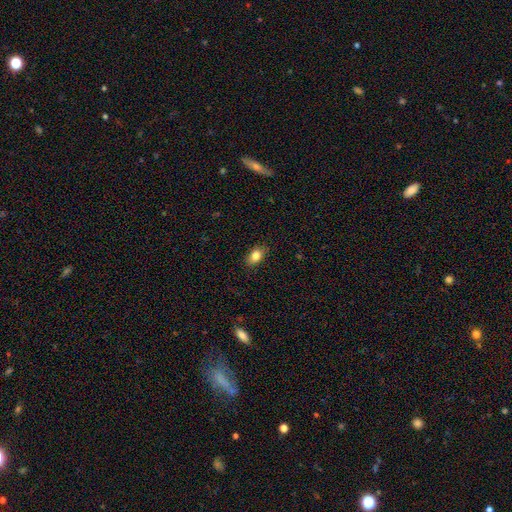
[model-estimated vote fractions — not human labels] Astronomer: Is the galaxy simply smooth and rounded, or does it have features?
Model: smooth — 84%.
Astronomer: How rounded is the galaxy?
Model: in between — 83%.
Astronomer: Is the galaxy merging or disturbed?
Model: none — 86%.